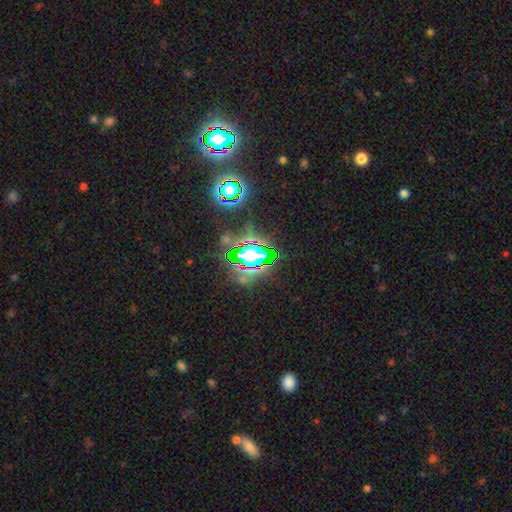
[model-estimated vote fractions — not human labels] Smooth or featured: star or artifact — 73% (smooth — 15%)